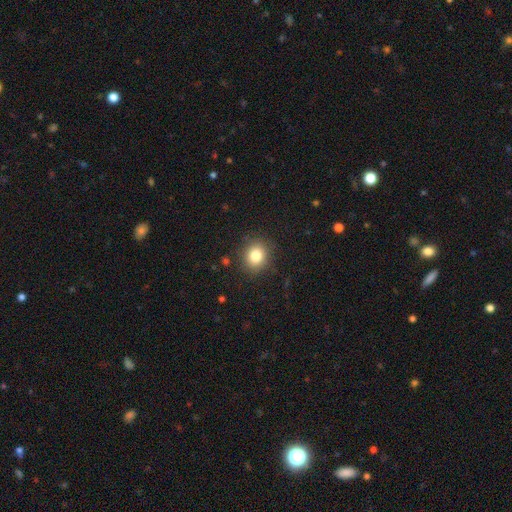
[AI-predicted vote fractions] Smooth or featured? Predicted: smooth (p=0.82). How rounded? Predicted: round (p=0.77). Merging? Predicted: none (p=0.88).